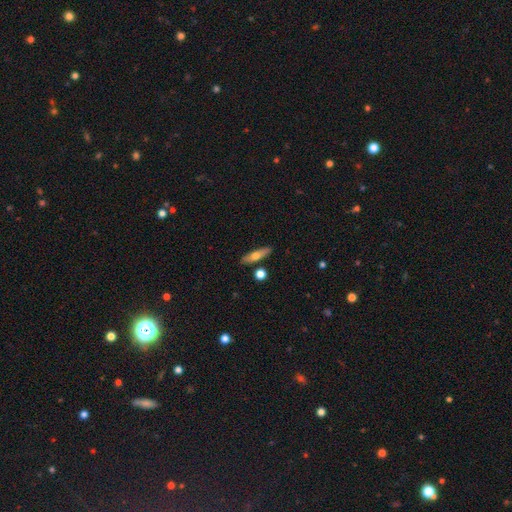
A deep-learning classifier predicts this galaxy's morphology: Smooth or featured?
  - smooth: 57% *
  - featured or disk: 36%
  - star or artifact: 7%
How rounded?
  - cigar-shaped: 69% *
  - in between: 27%
  - round: 4%
Merging?
  - none: 84% *
  - minor disturbance: 9%
  - merger: 5%
  - major disturbance: 2%